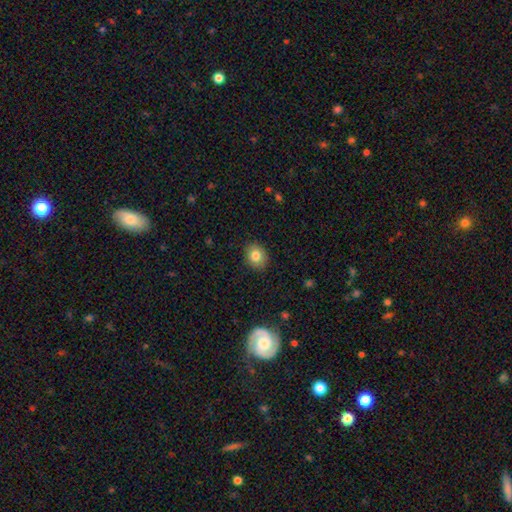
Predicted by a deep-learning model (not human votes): A smooth galaxy with no disk features (81%) that is round (53%). Merging: none (88%).